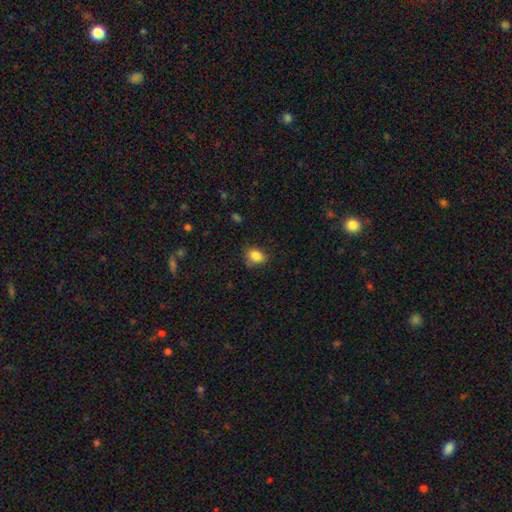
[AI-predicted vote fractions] Q: Smooth or featured?
A: smooth (84%); runner-up: star or artifact (10%)
Q: How rounded?
A: in between (60%); runner-up: round (39%)
Q: Merging?
A: none (66%); runner-up: minor disturbance (26%)